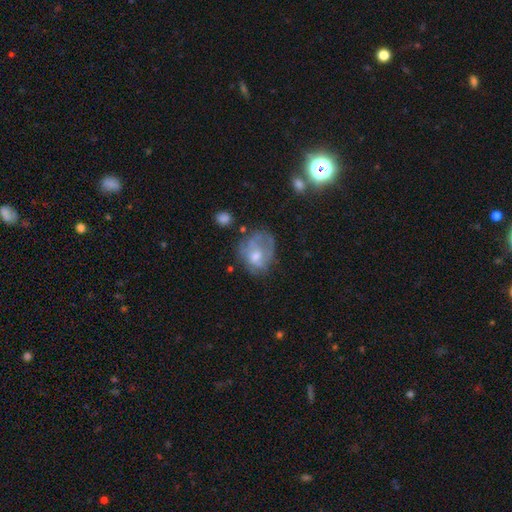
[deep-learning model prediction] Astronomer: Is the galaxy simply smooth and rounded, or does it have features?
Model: featured or disk — 47% (runner-up: smooth, 40%).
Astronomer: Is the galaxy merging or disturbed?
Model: none — 42% (runner-up: minor disturbance, 27%).